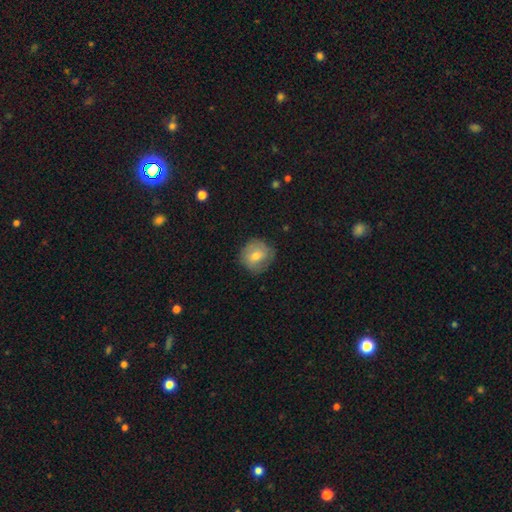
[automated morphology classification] Smooth or featured? smooth (69%)
How rounded? round (89%)
Merging? none (75%)